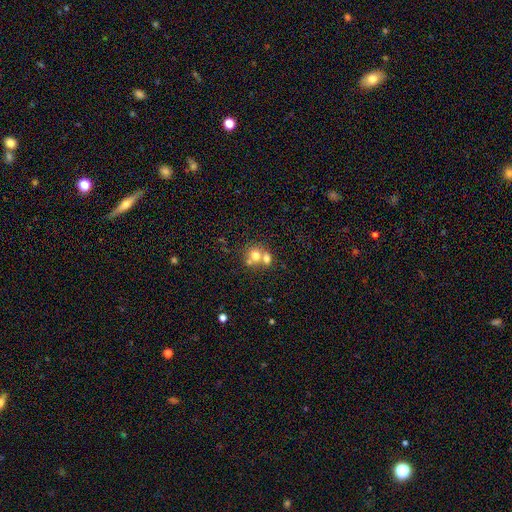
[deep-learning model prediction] Smooth or featured: smooth — 68% (featured or disk — 19%)
How rounded: round — 76% (in between — 23%)
Merging: merger — 57% (none — 34%)